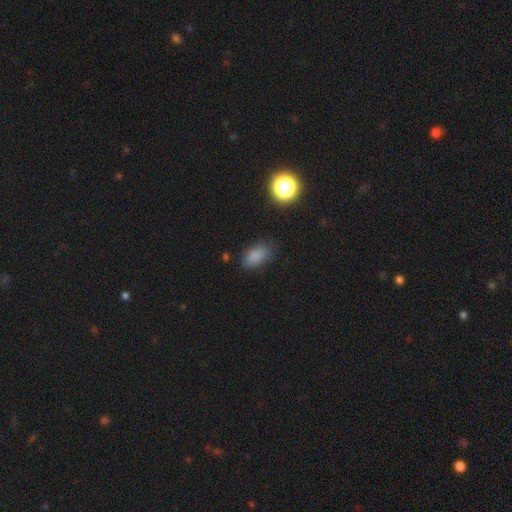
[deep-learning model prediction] Q: Smooth or featured?
A: smooth (81%); runner-up: star or artifact (13%)
Q: How rounded?
A: in between (89%); runner-up: round (7%)
Q: Merging?
A: none (74%); runner-up: minor disturbance (19%)